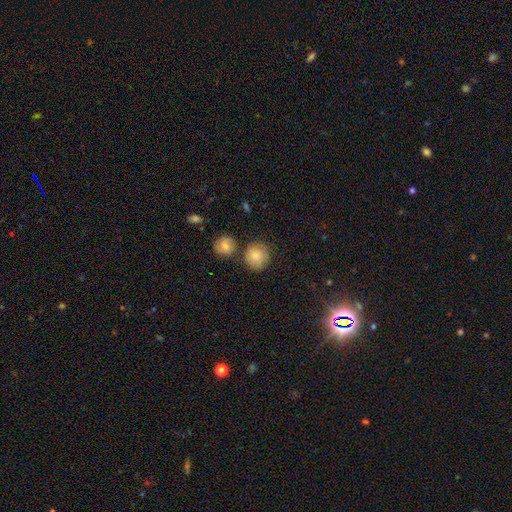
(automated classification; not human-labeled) A smooth galaxy with no disk features (84%) that is round (89%). Merging: none (72%).